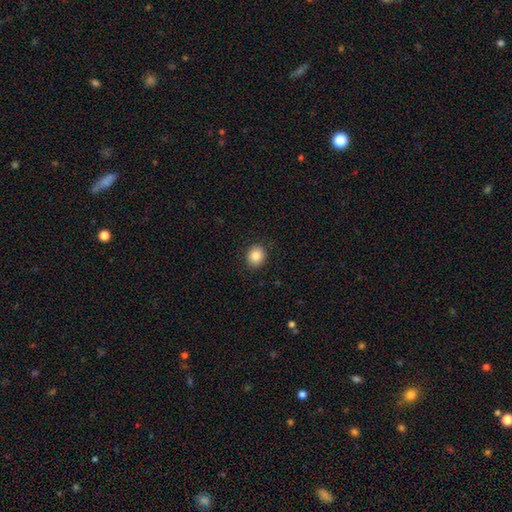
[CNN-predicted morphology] Smooth or featured? smooth (86%)
How rounded? round (81%)
Merging? none (90%)